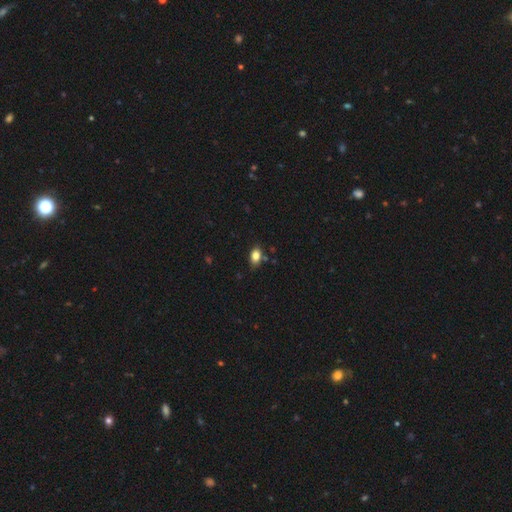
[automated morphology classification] A smooth galaxy with no disk features (82%) that is in between round and cigar-shaped (83%). Merging: none (79%).